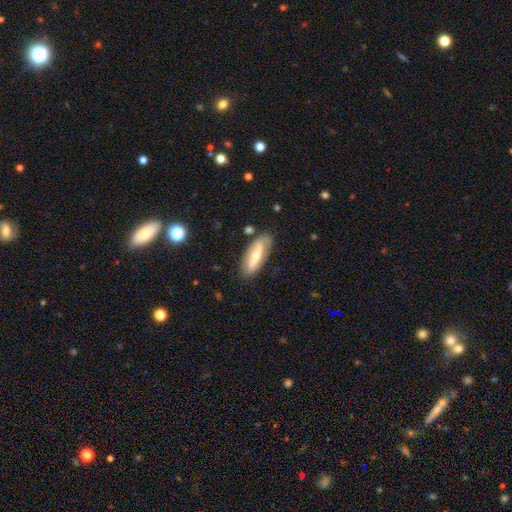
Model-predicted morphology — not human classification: Smooth or featured: featured or disk — 47% (tied with smooth — 47%)
Merging: none — 77% (minor disturbance — 16%)